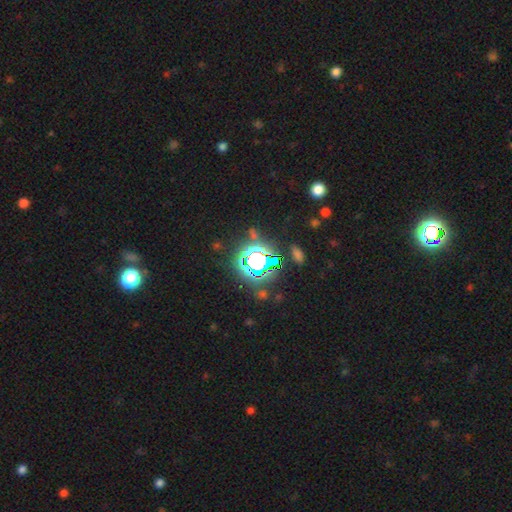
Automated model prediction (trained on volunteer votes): This is likely a star or artifact rather than a galaxy (69%).